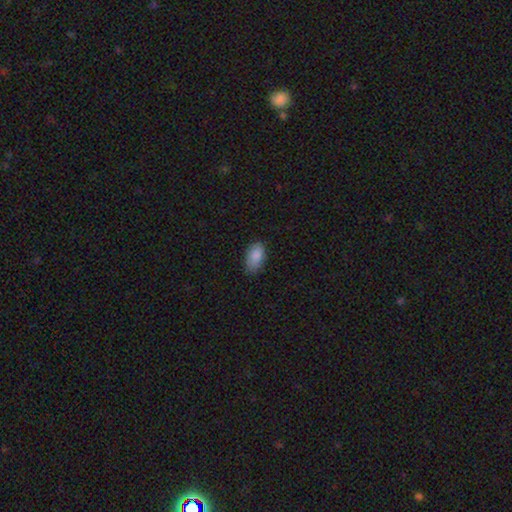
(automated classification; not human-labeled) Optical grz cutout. It shows a smooth galaxy with no disk features (88%) that is in between round and cigar-shaped (93%). Merging: none (74%).